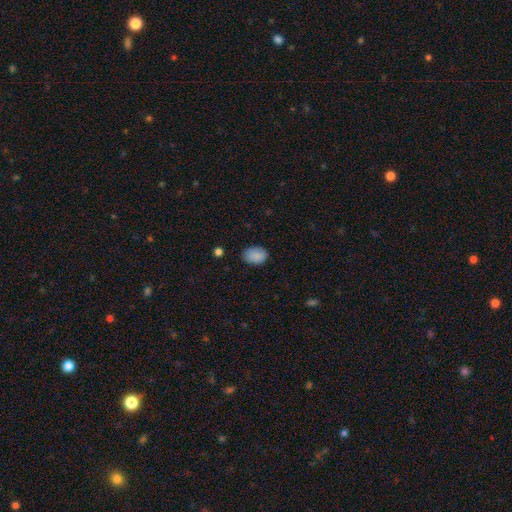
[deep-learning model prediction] smooth-or-featured: smooth: 88% | star or artifact: 8% | featured or disk: 4%
  how-rounded: in between: 80% | round: 19% | cigar-shaped: 1%
  merging: none: 79% | minor disturbance: 16% | major disturbance: 3% | merger: 1%